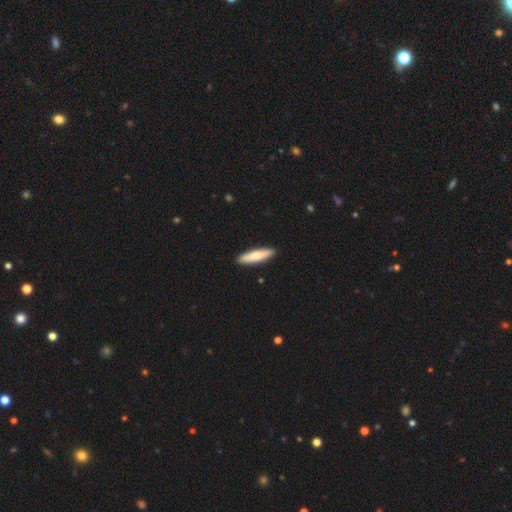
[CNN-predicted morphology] This is likely a smooth galaxy (74%). How rounded: clearly cigar-shaped (83%). Merging: clearly none (92%).